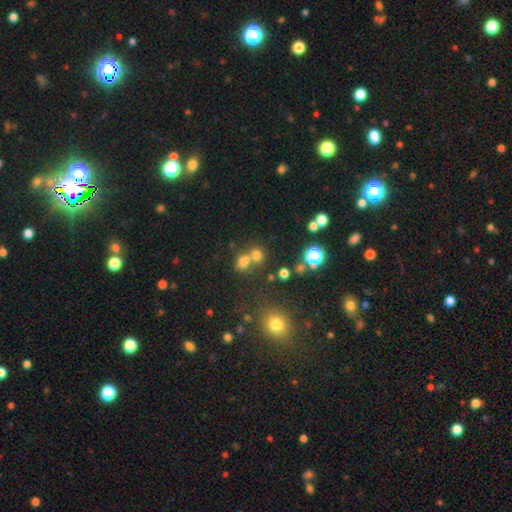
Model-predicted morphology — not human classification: Smooth or featured?
  - smooth: 61% *
  - star or artifact: 28%
  - featured or disk: 11%
How rounded?
  - round: 78% *
  - in between: 21%
  - cigar-shaped: 1%
Merging?
  - none: 48% *
  - merger: 41%
  - minor disturbance: 7%
  - major disturbance: 4%